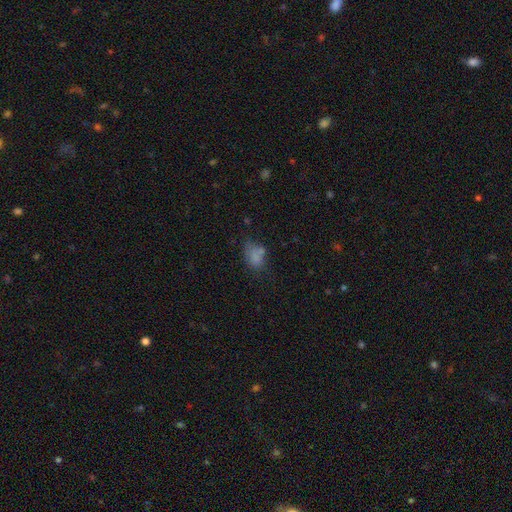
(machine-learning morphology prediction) Overall: smooth (72%). How rounded: in between (76%). Merging: none (42%; minor disturbance 26%).